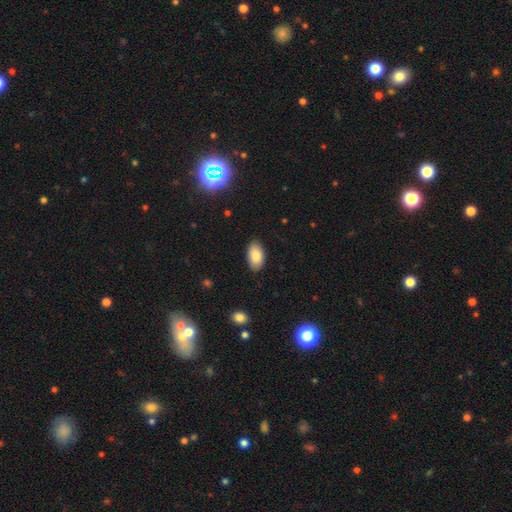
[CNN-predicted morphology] A smooth galaxy with no disk features (88%) that is in between round and cigar-shaped (95%).

Vote fractions:
- Smooth or featured? smooth: 88% / star or artifact: 7% / featured or disk: 6%
- How rounded? in between: 95% / round: 3% / cigar-shaped: 2%
- Merging? none: 87% / minor disturbance: 10% / major disturbance: 2% / merger: 1%